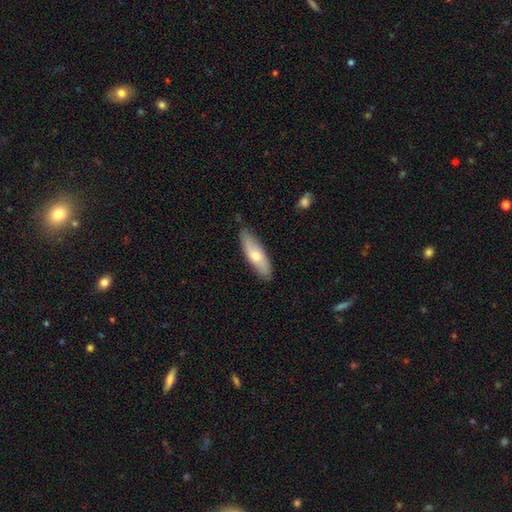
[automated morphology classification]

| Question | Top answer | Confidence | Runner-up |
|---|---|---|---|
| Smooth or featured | smooth | 61% | featured or disk (33%) |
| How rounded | cigar-shaped | 49% | tied: in between (49%) |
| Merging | none | 84% | minor disturbance (13%) |